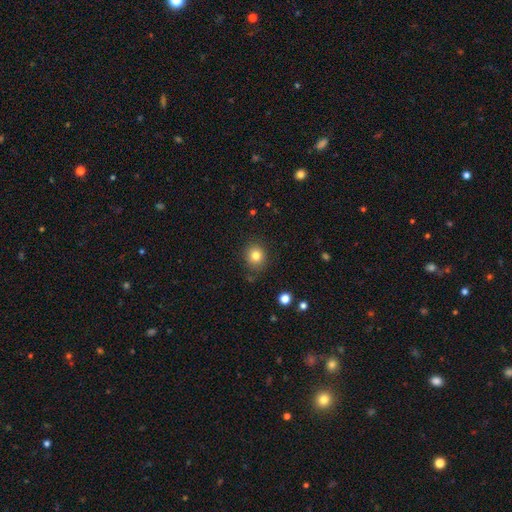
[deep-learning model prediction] Q: Smooth or featured?
A: smooth (81%); runner-up: star or artifact (12%)
Q: How rounded?
A: round (83%); runner-up: in between (16%)
Q: Merging?
A: none (84%); runner-up: minor disturbance (11%)